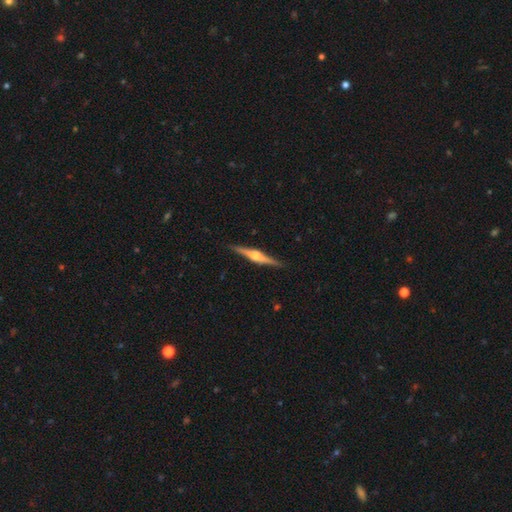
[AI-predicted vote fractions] Morphology: type=featured or disk (80%); edge-on=yes (98%); edge-on bulge=rounded (94%); merging=none (91%).